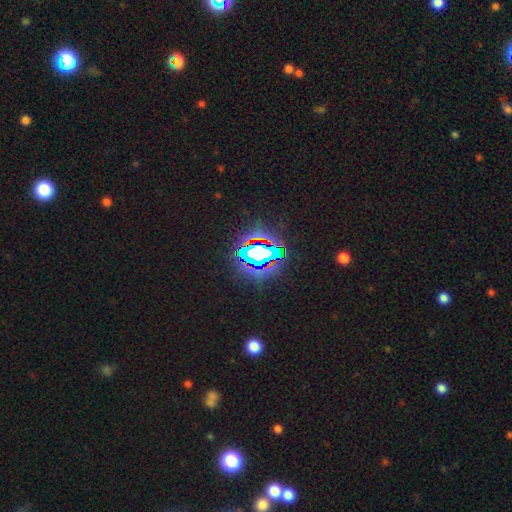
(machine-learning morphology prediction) Overall: star or artifact (77%).